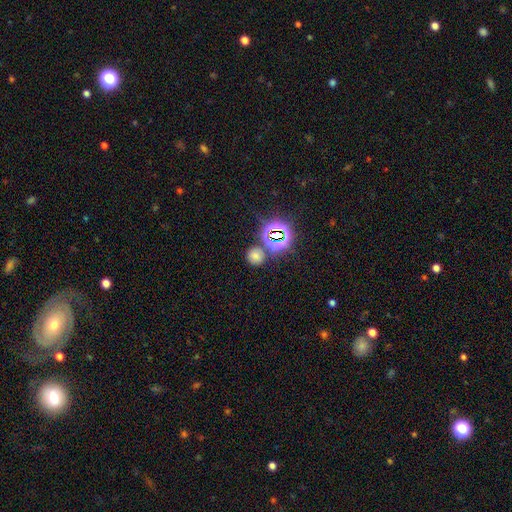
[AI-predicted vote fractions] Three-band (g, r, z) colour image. It shows a smooth galaxy with no disk features (61%) that is round (89%). Merging: none (80%).